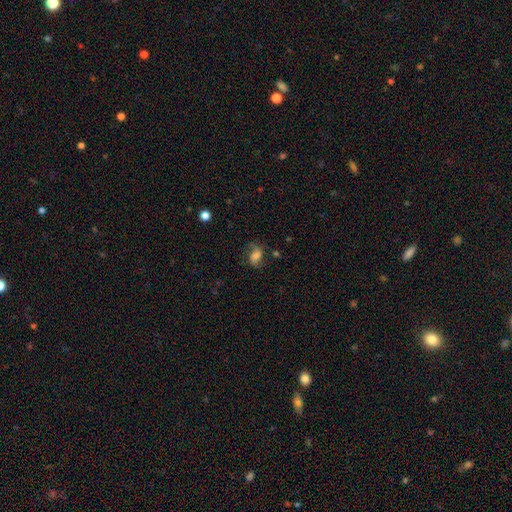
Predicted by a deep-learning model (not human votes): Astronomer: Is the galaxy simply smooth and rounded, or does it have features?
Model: featured or disk — 60%.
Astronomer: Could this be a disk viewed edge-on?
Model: no — 97%.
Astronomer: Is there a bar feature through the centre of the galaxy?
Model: no — 42% (runner-up: weak, 41%).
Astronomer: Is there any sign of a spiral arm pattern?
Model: yes — 91%.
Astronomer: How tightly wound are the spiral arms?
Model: loose — 58% (runner-up: medium, 33%).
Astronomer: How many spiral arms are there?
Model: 2 — 87%.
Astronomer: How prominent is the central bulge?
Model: moderate — 27% (runner-up: none, 23%).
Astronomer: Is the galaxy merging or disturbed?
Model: none — 65%.